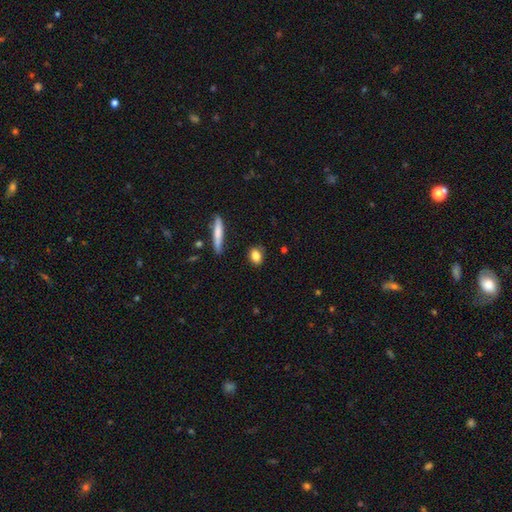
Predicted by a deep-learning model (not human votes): The model was most divided on "how rounded": in between: 66%, round: 26%, cigar-shaped: 8%. More confident: merging — none (83%); smooth or featured — smooth (83%).